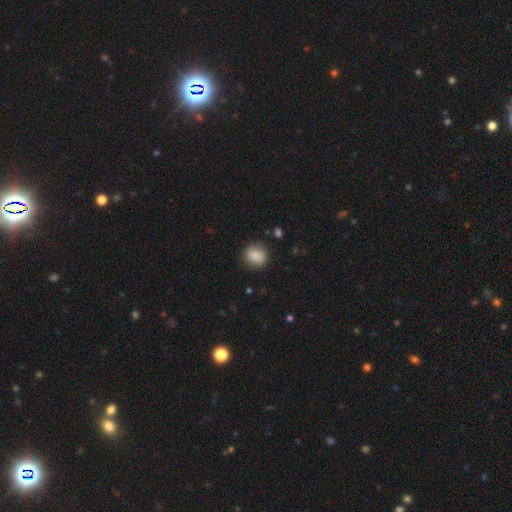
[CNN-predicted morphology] Smooth or featured?
  - smooth: 82% *
  - featured or disk: 9%
  - star or artifact: 9%
How rounded?
  - round: 88% *
  - in between: 11%
  - cigar-shaped: 1%
Merging?
  - none: 85% *
  - minor disturbance: 10%
  - major disturbance: 3%
  - merger: 1%